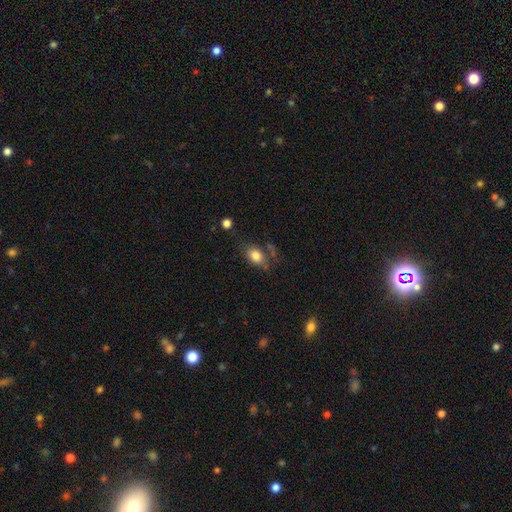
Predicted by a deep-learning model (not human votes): Smooth or featured: smooth — 81% (featured or disk — 10%)
How rounded: in between — 74% (round — 24%)
Merging: none — 62% (minor disturbance — 22%)